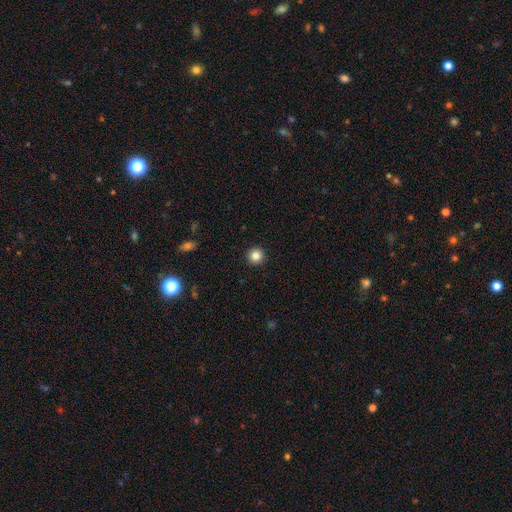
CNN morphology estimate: smooth 84%, star or artifact 11%, featured or disk 5%. Down the decision tree: how rounded — round (95%); merging — none (93%).